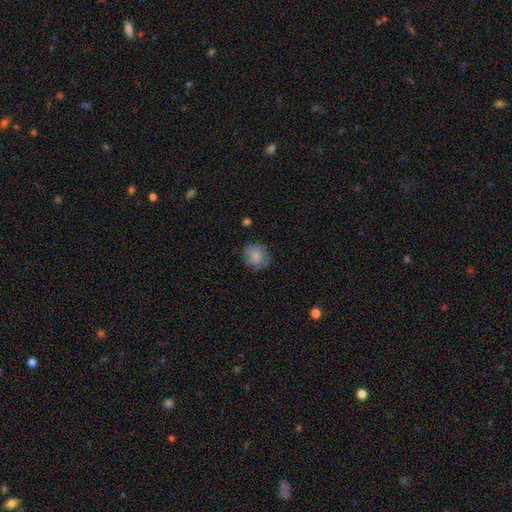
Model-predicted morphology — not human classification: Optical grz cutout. It shows a smooth galaxy with no disk features (81%) that is round (82%). Merging: none (78%).